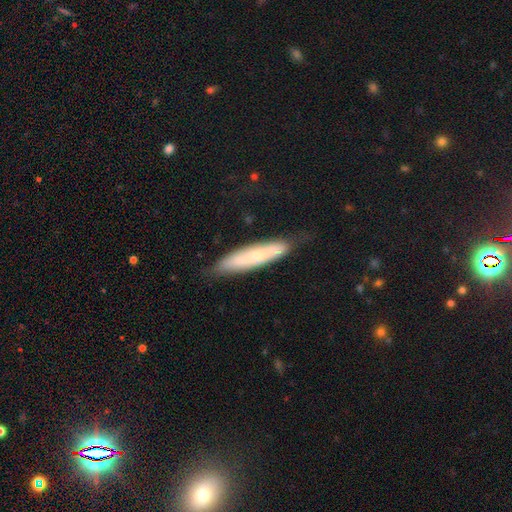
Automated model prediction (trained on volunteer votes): Q: Smooth or featured?
A: smooth (54%); runner-up: featured or disk (40%)
Q: How rounded?
A: cigar-shaped (79%); runner-up: in between (19%)
Q: Merging?
A: none (76%); runner-up: minor disturbance (18%)